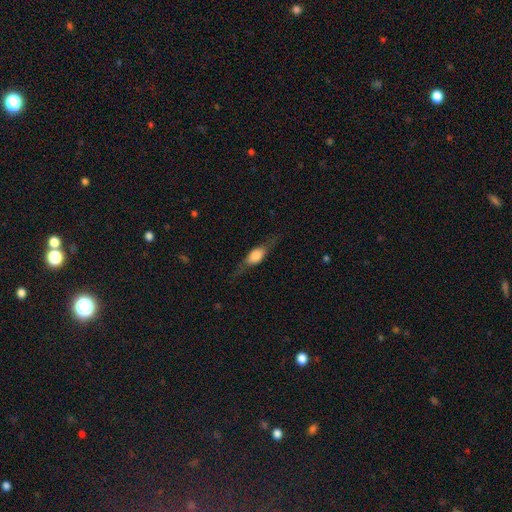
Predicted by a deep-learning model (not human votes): Smooth or featured: featured or disk — 50% (smooth — 43%)
Edge-on disk: yes — 89% (no — 11%)
Merging: none — 74% (minor disturbance — 17%)